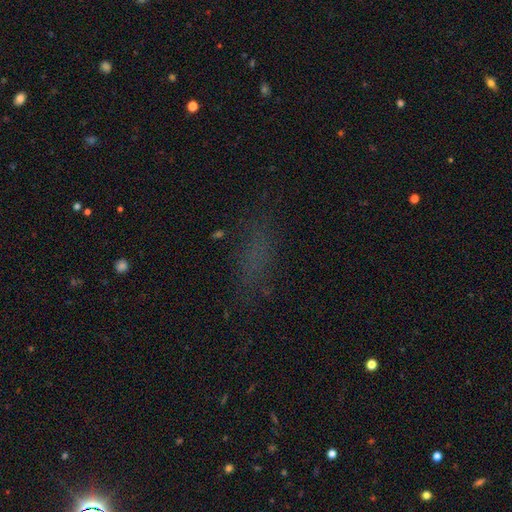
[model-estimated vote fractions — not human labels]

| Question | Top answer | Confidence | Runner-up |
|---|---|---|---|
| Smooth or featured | smooth | 51% | star or artifact (32%) |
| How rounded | in between | 55% | cigar-shaped (38%) |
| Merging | none | 74% | minor disturbance (15%) |